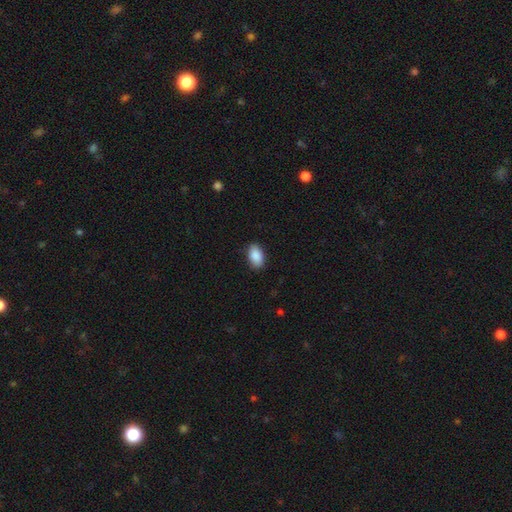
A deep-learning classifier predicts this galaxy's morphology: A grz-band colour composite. It shows a smooth galaxy with no disk features (90%) that is in between round and cigar-shaped (93%). Merging: none (88%).